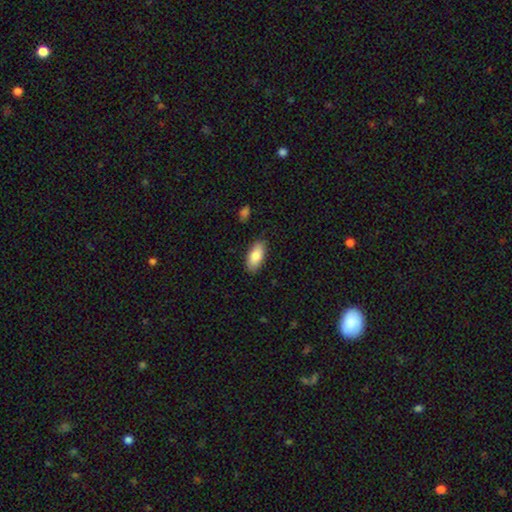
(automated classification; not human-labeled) A smooth galaxy with no disk features (84%) that is in between round and cigar-shaped (89%). Merging: none (85%).